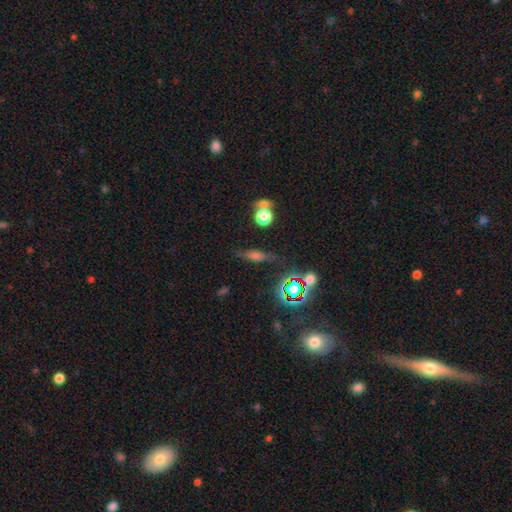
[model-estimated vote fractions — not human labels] smooth_or_featured: smooth (p=0.39) [alt: featured or disk p=0.38]
merging: none (p=0.76) [alt: minor disturbance p=0.14]